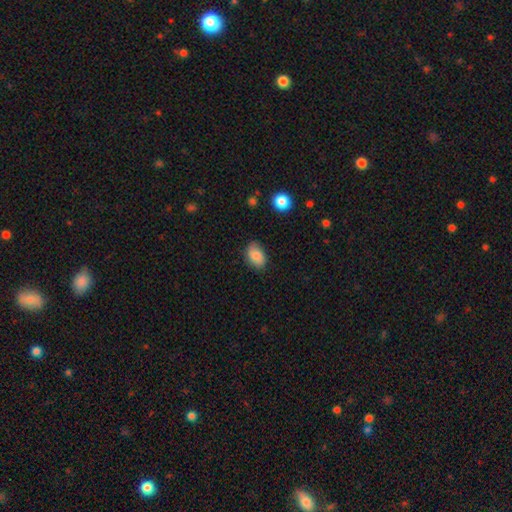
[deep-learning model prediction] Smooth or featured? smooth (84%)
How rounded? in between (87%)
Merging? none (79%)